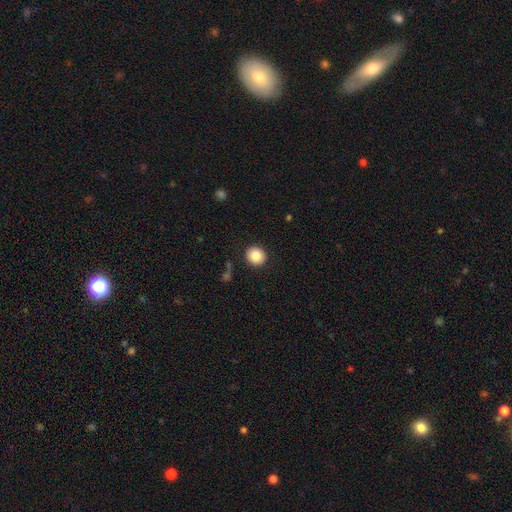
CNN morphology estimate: Q: Smooth or featured?
A: smooth (86%); runner-up: star or artifact (9%)
Q: How rounded?
A: round (88%); runner-up: in between (11%)
Q: Merging?
A: none (90%); runner-up: minor disturbance (6%)